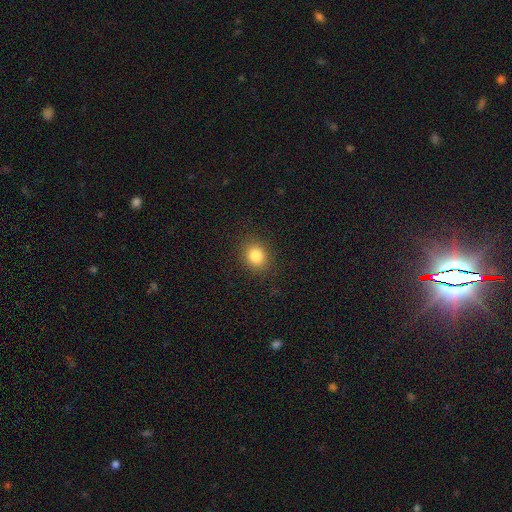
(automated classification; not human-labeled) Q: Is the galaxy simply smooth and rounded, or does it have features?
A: smooth — 84%.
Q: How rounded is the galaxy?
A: round — 66%.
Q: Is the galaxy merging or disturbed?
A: none — 88%.